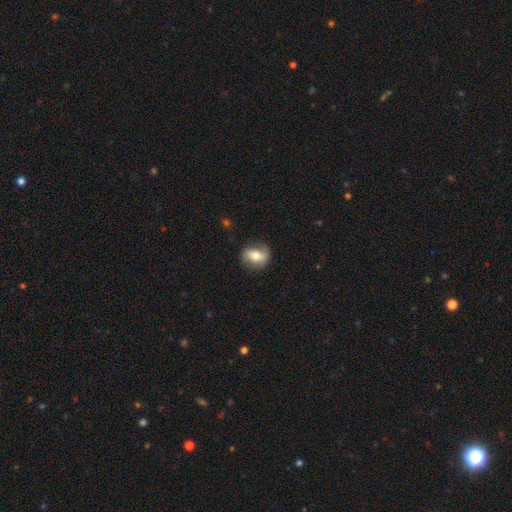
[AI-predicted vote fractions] Q: Smooth or featured?
A: smooth (49%); runner-up: featured or disk (43%)
Q: Merging?
A: none (70%); runner-up: minor disturbance (21%)